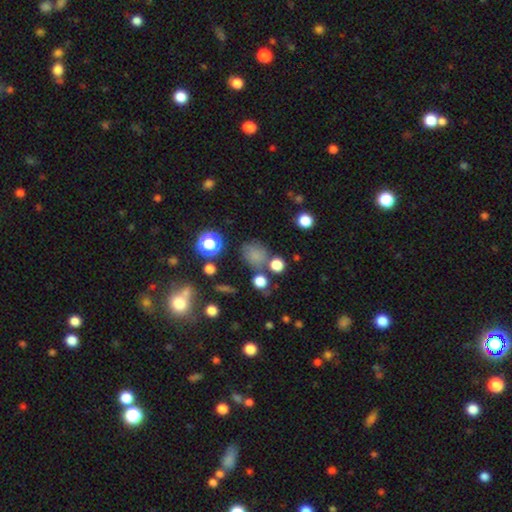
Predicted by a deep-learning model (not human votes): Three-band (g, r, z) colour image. It shows a smooth galaxy with no disk features (72%) that is round (68%). Merging: none (65%).